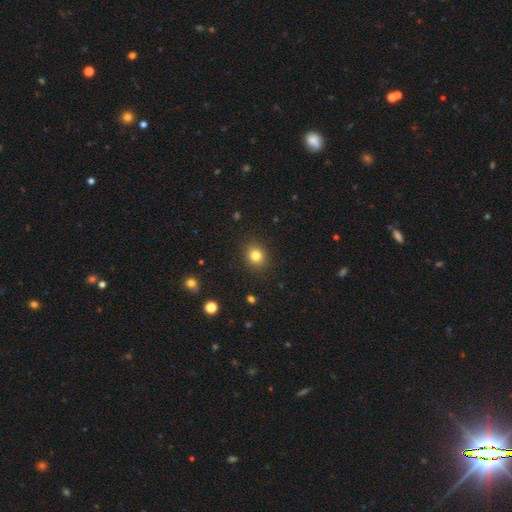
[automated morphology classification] A smooth galaxy with no disk features (82%) that is round (73%). Merging: none (89%).